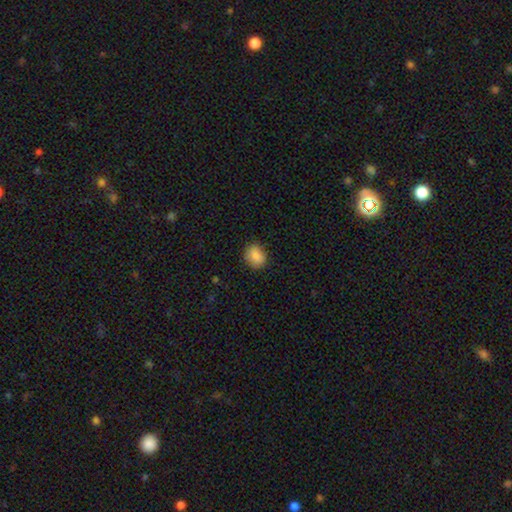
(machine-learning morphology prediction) smooth_or_featured: smooth (p=0.87) [alt: star or artifact p=0.08]
how_rounded: round (p=0.59) [alt: in between p=0.40]
merging: none (p=0.83) [alt: minor disturbance p=0.13]